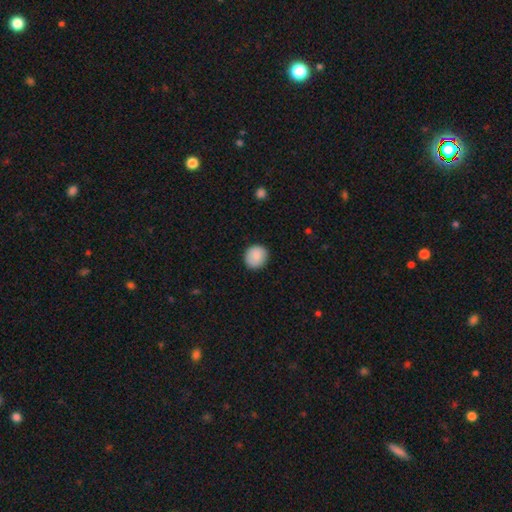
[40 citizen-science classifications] smooth-or-featured: smooth: 95% | star or artifact: 5% | featured or disk: 0%
  how-rounded: round: 97% | in between: 3% | cigar-shaped: 0%
  merging: none: 84% | minor disturbance: 13% | major disturbance: 3% | merger: 0%